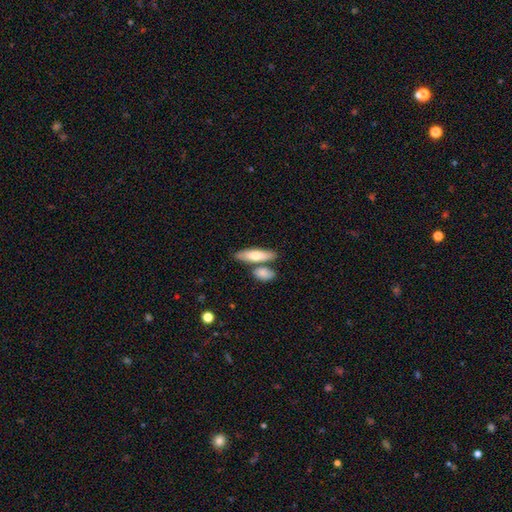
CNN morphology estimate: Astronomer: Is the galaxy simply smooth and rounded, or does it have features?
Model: smooth — 68%.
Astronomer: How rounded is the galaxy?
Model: cigar-shaped — 52% (runner-up: in between, 45%).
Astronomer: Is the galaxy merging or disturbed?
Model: none — 63%.